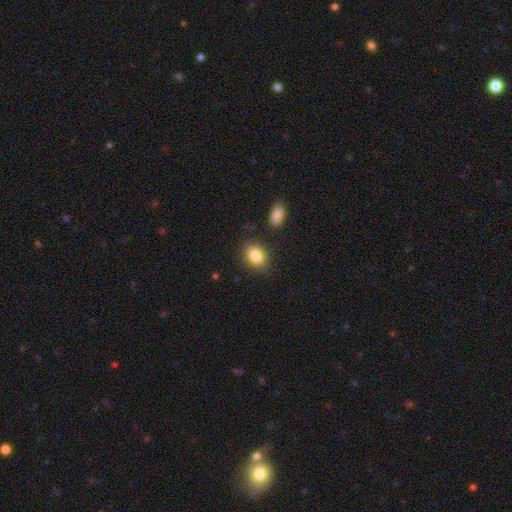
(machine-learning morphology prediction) Q: Smooth or featured?
A: smooth (86%); runner-up: star or artifact (8%)
Q: How rounded?
A: in between (77%); runner-up: round (21%)
Q: Merging?
A: none (82%); runner-up: minor disturbance (11%)